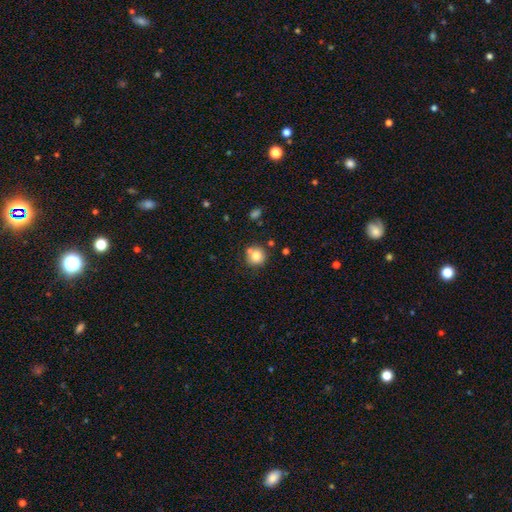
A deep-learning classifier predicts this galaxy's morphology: A smooth galaxy with no disk features (79%) that is round (91%). Merging: none (70%).